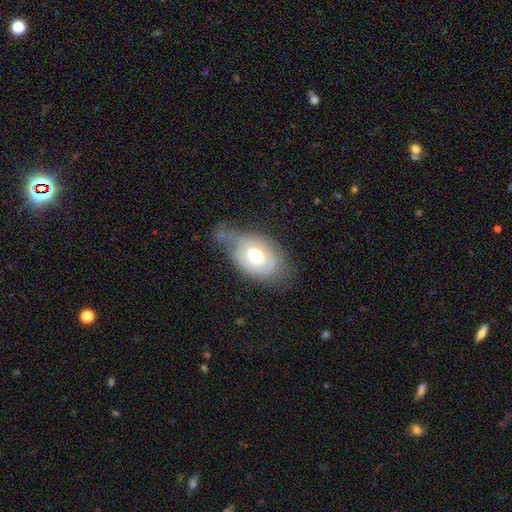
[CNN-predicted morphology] Overall: smooth (50%; featured or disk 43%). Merging: none (35%; minor disturbance 34%).